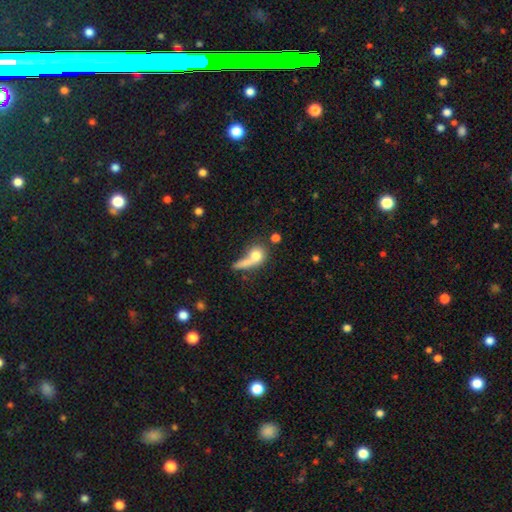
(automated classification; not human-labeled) A smooth galaxy with no disk features (67%) that is round (57%).

Vote fractions:
- Smooth or featured? smooth: 67% / featured or disk: 22% / star or artifact: 11%
- How rounded? round: 57% / in between: 31% / cigar-shaped: 13%
- Merging? merger: 35% / none: 32% / major disturbance: 19% / minor disturbance: 13%